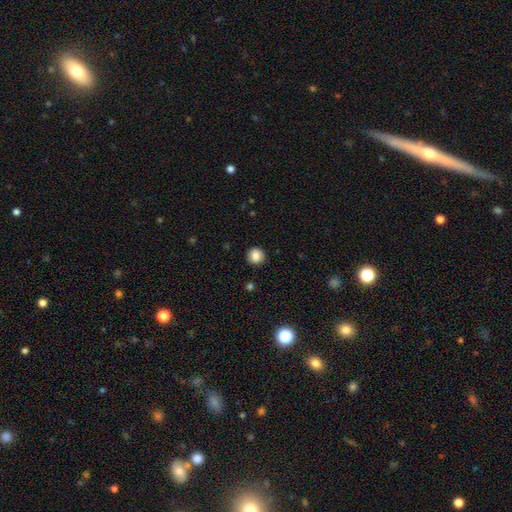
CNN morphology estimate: Q: Smooth or featured?
A: smooth (86%); runner-up: star or artifact (10%)
Q: How rounded?
A: round (93%); runner-up: in between (6%)
Q: Merging?
A: none (91%); runner-up: minor disturbance (6%)